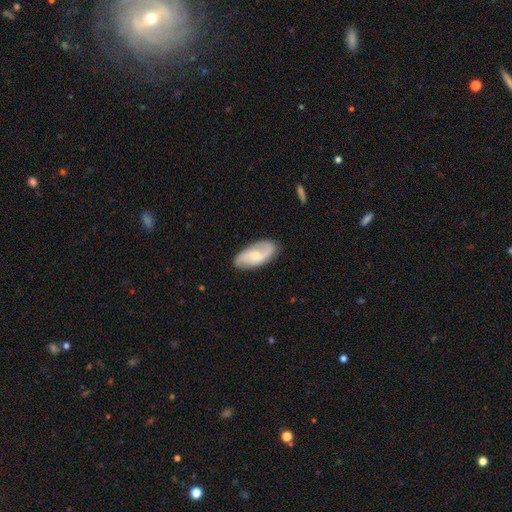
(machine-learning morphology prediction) A featured or disk galaxy (67%) with no bar (51%), 2 (81%) medium (44%) spiral arms (93%) and a small central bulge (46%). Merging: none (78%).